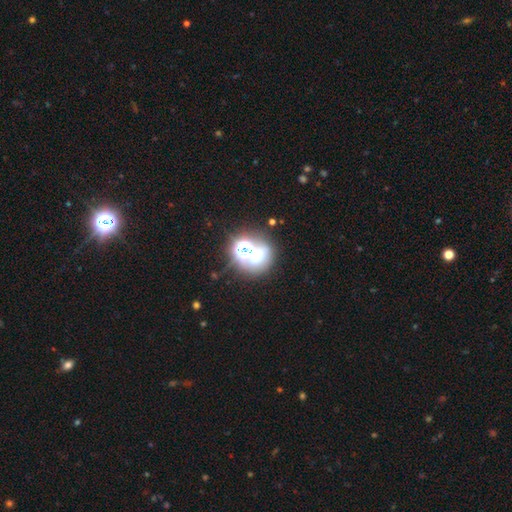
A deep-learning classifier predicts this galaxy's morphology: This is marginally a smooth galaxy (44%). Merging: possibly none (48%).